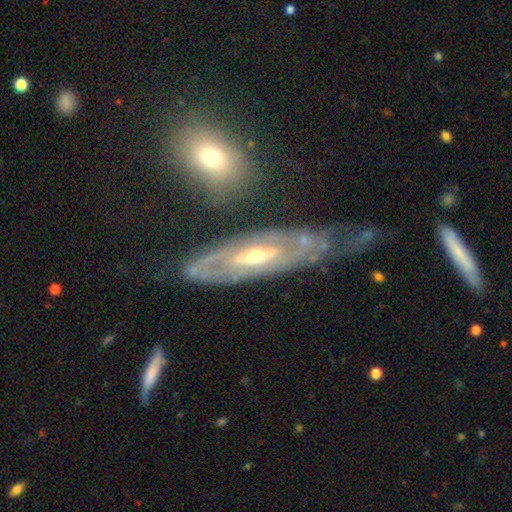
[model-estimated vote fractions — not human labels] smooth_or_featured: featured or disk (p=0.80) [alt: smooth p=0.12]
disk_edge_on: no (p=0.77) [alt: yes p=0.23]
bar: weak (p=0.41) [alt: no p=0.36]
has_spiral_arms: yes (p=0.74) [alt: no p=0.26]
bulge_size: moderate (p=0.52) [alt: small p=0.44]
merging: none (p=0.54) [alt: minor disturbance p=0.26]